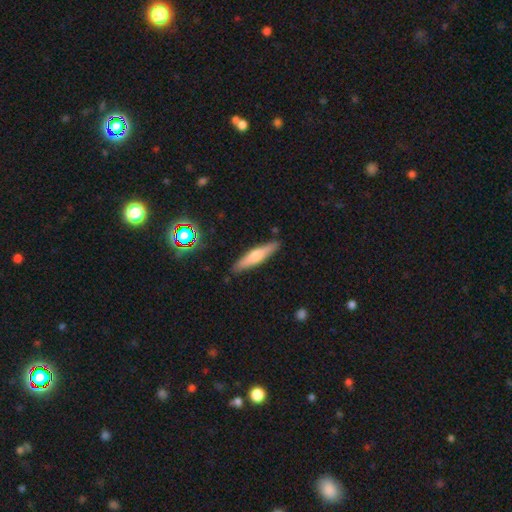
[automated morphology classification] Smooth or featured?
  - smooth: 50% *
  - featured or disk: 43%
  - star or artifact: 7%
Merging?
  - none: 88% *
  - minor disturbance: 8%
  - major disturbance: 2%
  - merger: 2%